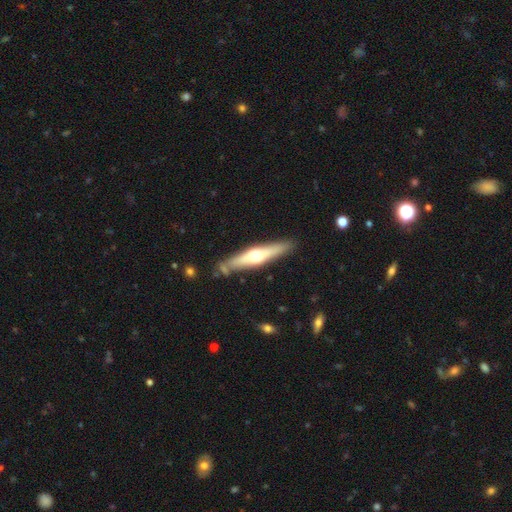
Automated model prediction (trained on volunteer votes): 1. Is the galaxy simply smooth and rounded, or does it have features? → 57% featured or disk, 38% smooth, 5% star or artifact.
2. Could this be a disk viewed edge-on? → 92% yes, 8% no.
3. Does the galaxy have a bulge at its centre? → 90% rounded, 5% none, 5% boxy.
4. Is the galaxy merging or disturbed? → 81% none, 12% minor disturbance, 5% merger, 3% major disturbance.